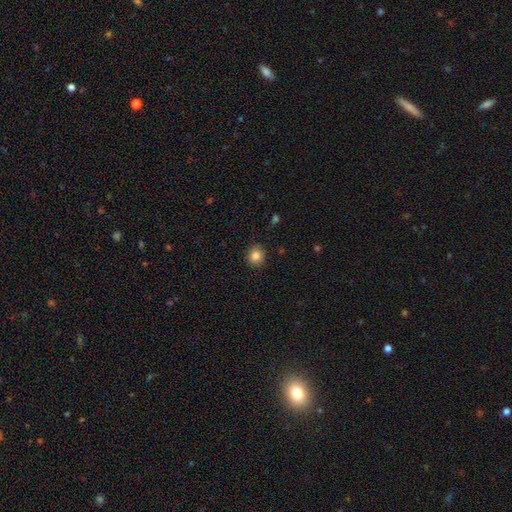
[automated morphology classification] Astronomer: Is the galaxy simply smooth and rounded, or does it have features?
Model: smooth — 84%.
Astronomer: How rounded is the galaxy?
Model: round — 78%.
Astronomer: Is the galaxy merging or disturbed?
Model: none — 88%.